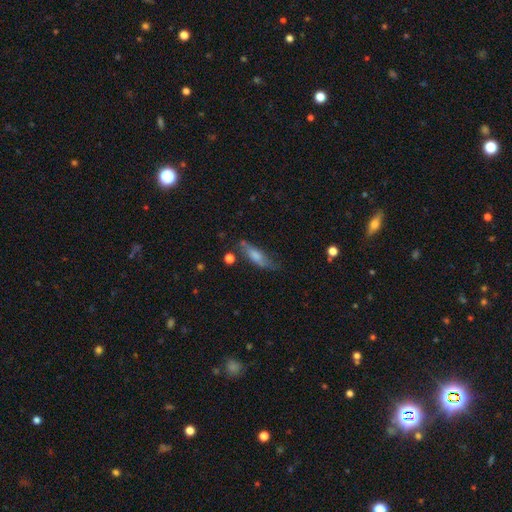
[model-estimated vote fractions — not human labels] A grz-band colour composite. It shows a smooth galaxy with no disk features (58%) that is cigar-shaped (55%). Merging: none (60%).